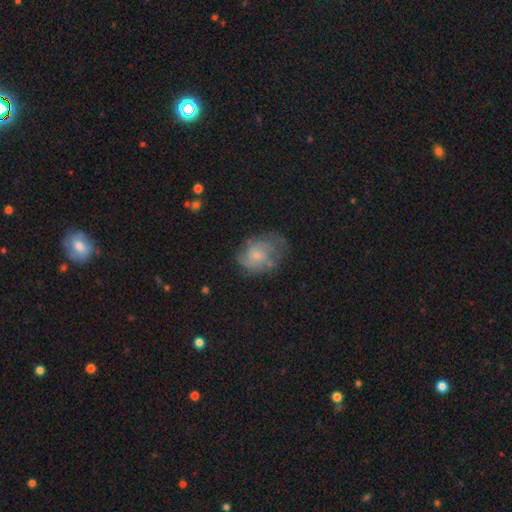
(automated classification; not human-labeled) Smooth or featured: featured or disk — 46% (smooth — 44%)
Merging: none — 53% (minor disturbance — 27%)